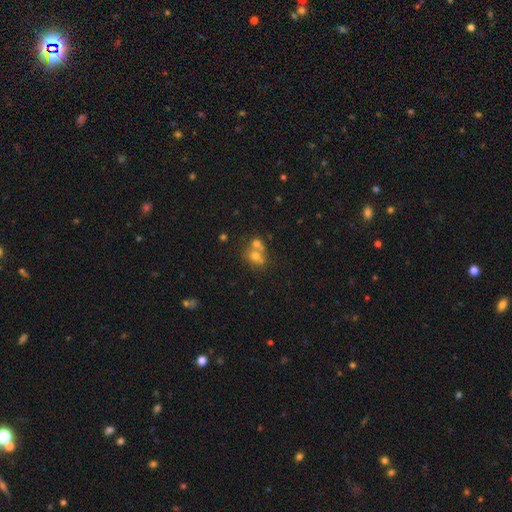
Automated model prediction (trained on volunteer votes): Overall: smooth (60%; featured or disk 24%). How rounded: round (70%). Merging: merger (52%; none 36%).